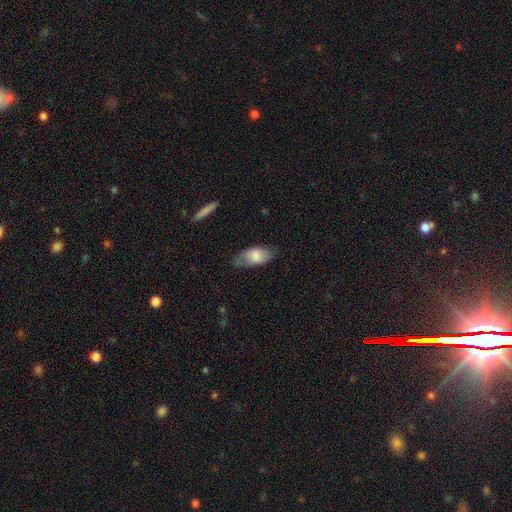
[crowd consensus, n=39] Smooth or featured: smooth — 64% (featured or disk — 28%)
How rounded: in between — 92% (round — 4%)
Merging: none — 72% (minor disturbance — 19%)